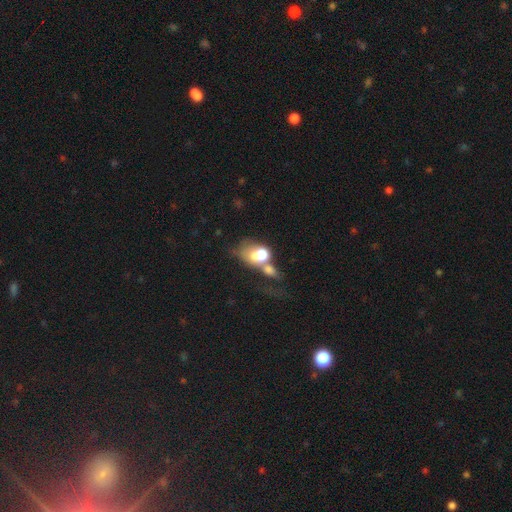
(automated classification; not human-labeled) Overall: smooth (57%; featured or disk 32%). How rounded: in between (64%; round 34%). Merging: merger (63%).